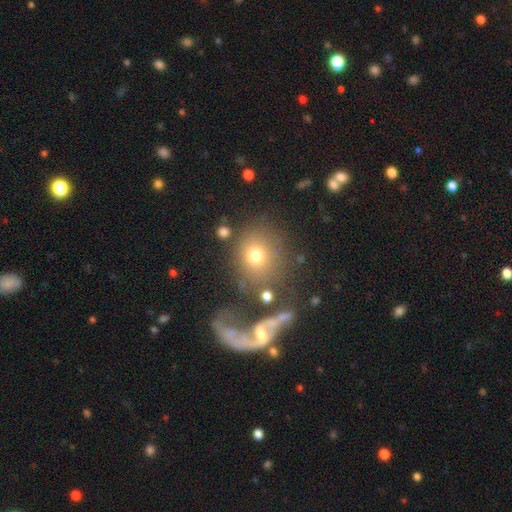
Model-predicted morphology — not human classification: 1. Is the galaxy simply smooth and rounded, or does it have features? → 68% smooth, 19% featured or disk, 14% star or artifact.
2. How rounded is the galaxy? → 73% round, 26% in between, 2% cigar-shaped.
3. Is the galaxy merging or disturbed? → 59% none, 18% merger, 13% minor disturbance, 10% major disturbance.